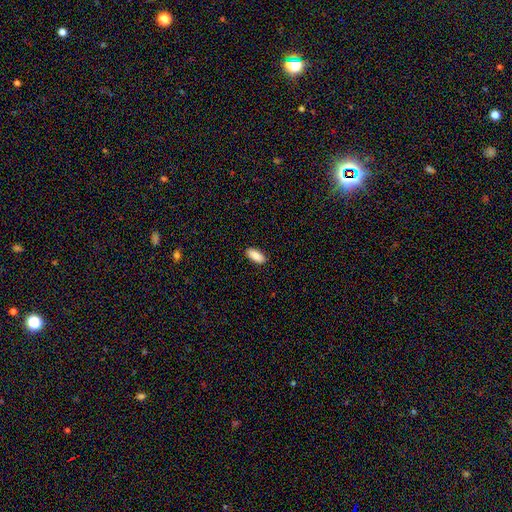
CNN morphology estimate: Q: Smooth or featured?
A: smooth (90%); runner-up: star or artifact (6%)
Q: How rounded?
A: in between (86%); runner-up: cigar-shaped (12%)
Q: Merging?
A: none (89%); runner-up: minor disturbance (8%)